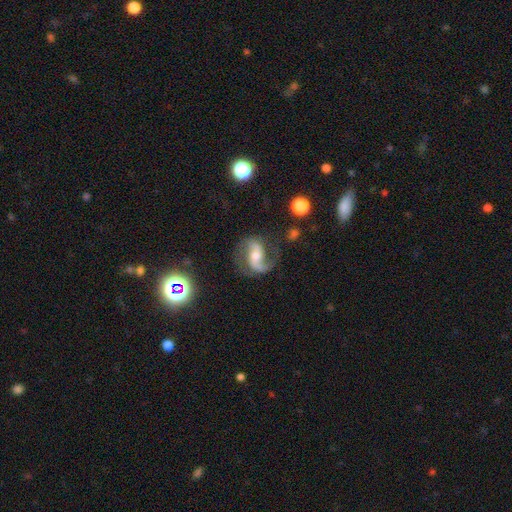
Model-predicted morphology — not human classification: A featured or disk galaxy (85%) with a weak bar (39%), 2 (82%) loose (46%) spiral arms (96%) and a moderate central bulge (56%). Merging: none (66%).